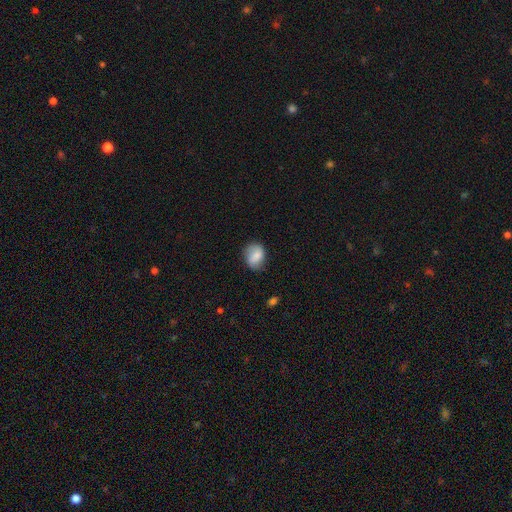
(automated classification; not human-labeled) Smooth or featured?
  - smooth: 75% *
  - featured or disk: 17%
  - star or artifact: 8%
How rounded?
  - in between: 54% *
  - round: 45%
  - cigar-shaped: 1%
Merging?
  - none: 71% *
  - minor disturbance: 22%
  - major disturbance: 6%
  - merger: 1%